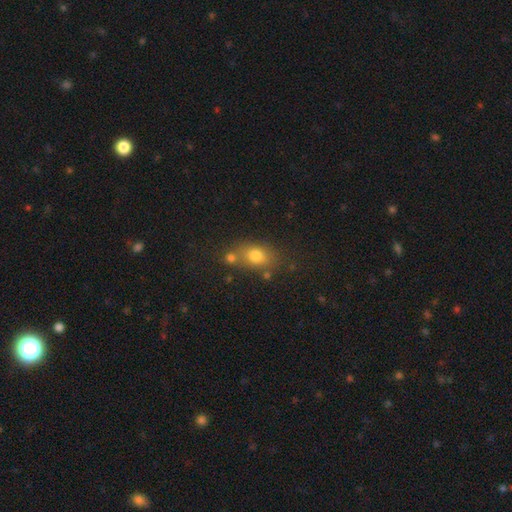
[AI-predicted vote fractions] Smooth or featured?
  - smooth: 76% *
  - star or artifact: 13%
  - featured or disk: 12%
How rounded?
  - in between: 62% *
  - round: 36%
  - cigar-shaped: 2%
Merging?
  - none: 59% *
  - merger: 22%
  - minor disturbance: 14%
  - major disturbance: 5%